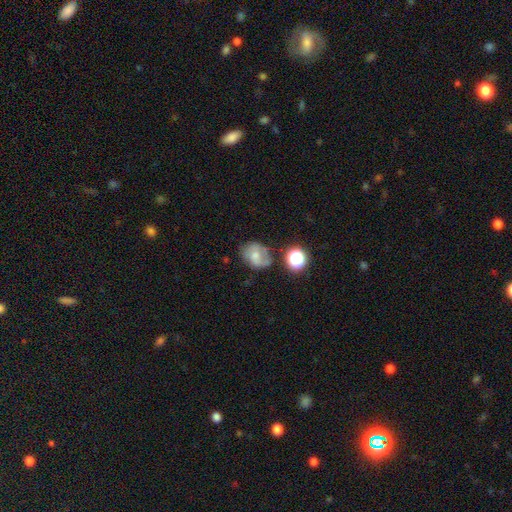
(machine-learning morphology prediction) smooth 54%, featured or disk 33%, star or artifact 13%. Down the decision tree: how rounded — in between (51%); merging — none (52%).